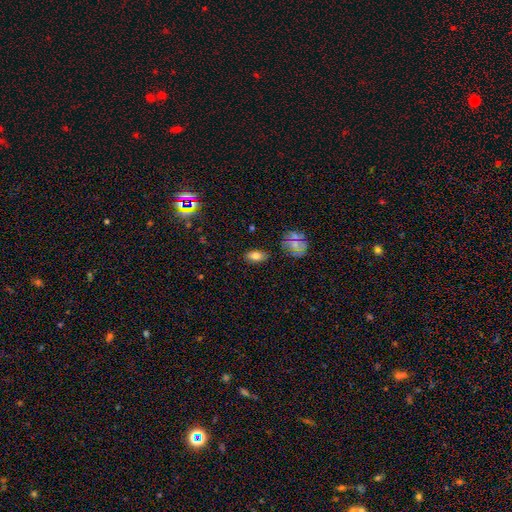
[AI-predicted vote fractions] smooth_or_featured: smooth (p=0.77) [alt: star or artifact p=0.12]
how_rounded: in between (p=0.88) [alt: round p=0.08]
merging: none (p=0.85) [alt: minor disturbance p=0.10]